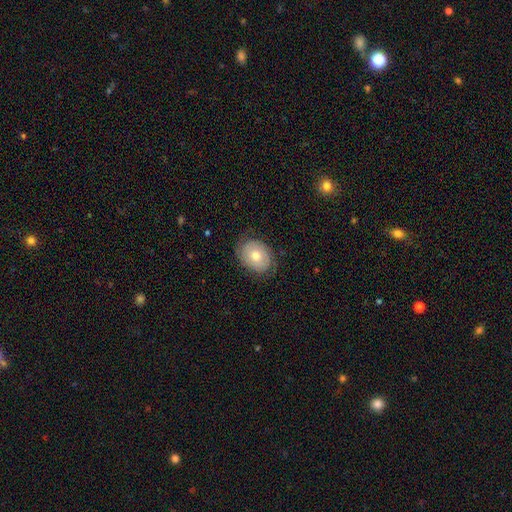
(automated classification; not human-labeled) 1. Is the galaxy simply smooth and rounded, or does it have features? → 55% smooth, 37% featured or disk, 8% star or artifact.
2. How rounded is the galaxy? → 65% in between, 34% round, 1% cigar-shaped.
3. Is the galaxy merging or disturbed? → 79% none, 16% minor disturbance, 5% major disturbance, 1% merger.